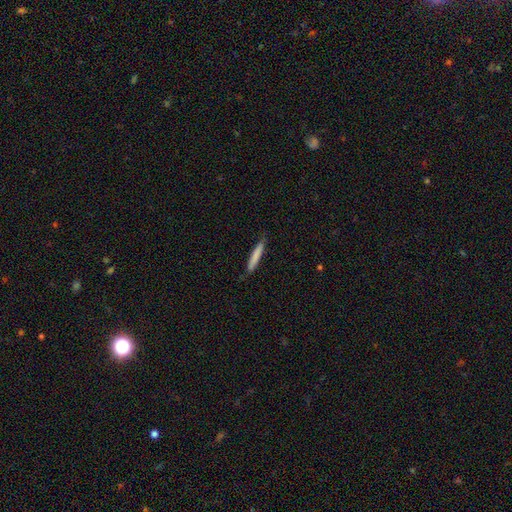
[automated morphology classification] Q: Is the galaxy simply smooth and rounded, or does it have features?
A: smooth — 78%.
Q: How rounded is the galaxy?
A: cigar-shaped — 94%.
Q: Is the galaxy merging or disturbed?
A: none — 84%.